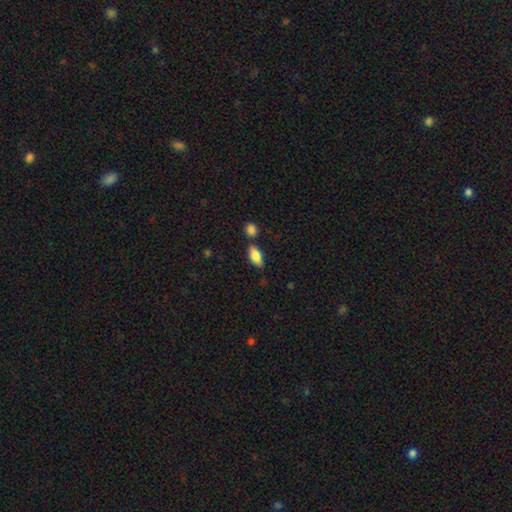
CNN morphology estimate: Smooth or featured?
  - smooth: 81% *
  - featured or disk: 13%
  - star or artifact: 7%
How rounded?
  - in between: 85% *
  - cigar-shaped: 12%
  - round: 3%
Merging?
  - none: 74% *
  - minor disturbance: 13%
  - merger: 10%
  - major disturbance: 3%